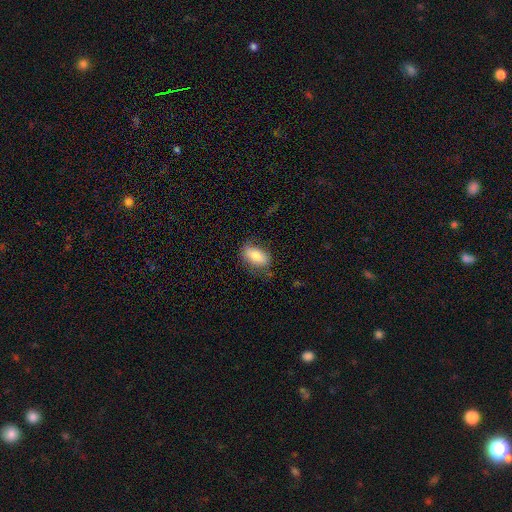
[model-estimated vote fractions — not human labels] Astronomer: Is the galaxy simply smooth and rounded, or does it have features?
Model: smooth — 76%.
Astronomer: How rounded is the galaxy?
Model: in between — 89%.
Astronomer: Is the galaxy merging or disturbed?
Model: none — 73%.